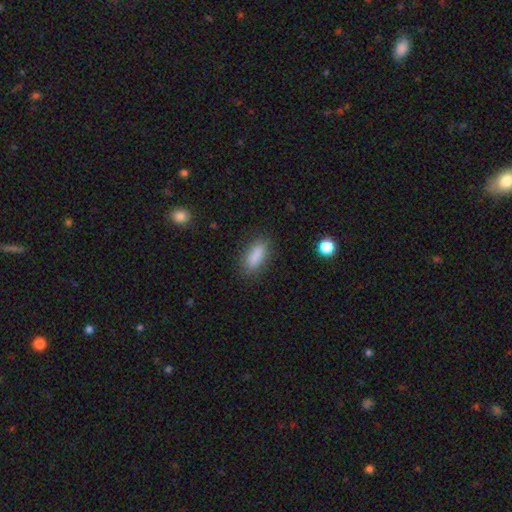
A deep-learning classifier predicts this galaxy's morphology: Smooth or featured? smooth (86%)
How rounded? in between (70%)
Merging? none (85%)